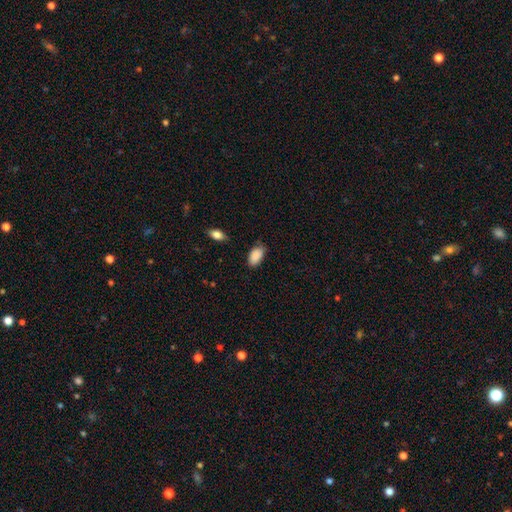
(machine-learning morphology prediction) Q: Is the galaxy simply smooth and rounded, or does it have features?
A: smooth — 89%.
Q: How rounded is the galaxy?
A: in between — 94%.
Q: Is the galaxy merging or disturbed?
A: none — 75%.